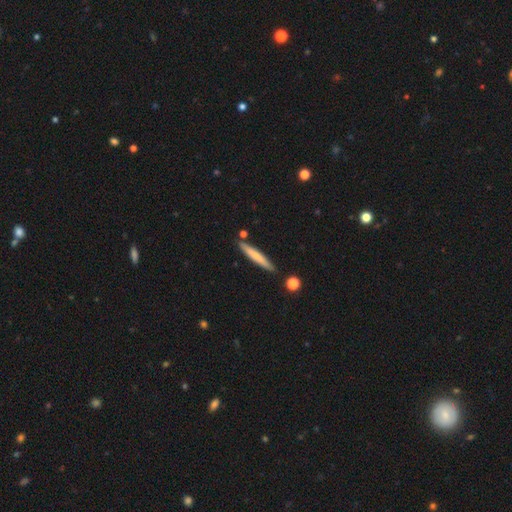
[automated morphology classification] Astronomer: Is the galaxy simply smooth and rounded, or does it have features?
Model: smooth — 68%.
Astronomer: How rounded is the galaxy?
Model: cigar-shaped — 95%.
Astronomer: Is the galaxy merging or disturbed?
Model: none — 85%.